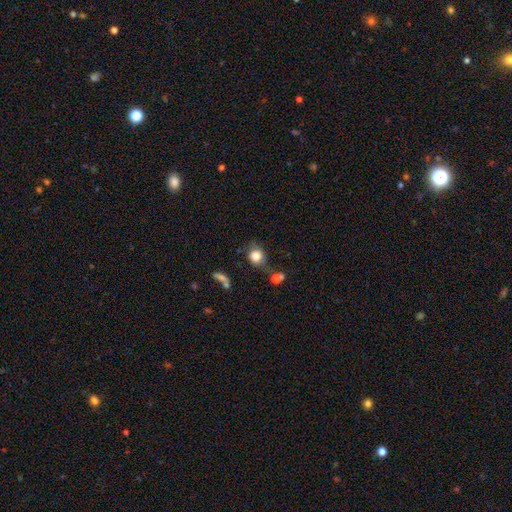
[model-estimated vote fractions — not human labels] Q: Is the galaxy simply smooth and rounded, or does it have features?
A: smooth — 79%.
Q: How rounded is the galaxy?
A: round — 60%.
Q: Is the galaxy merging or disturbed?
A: none — 59%.